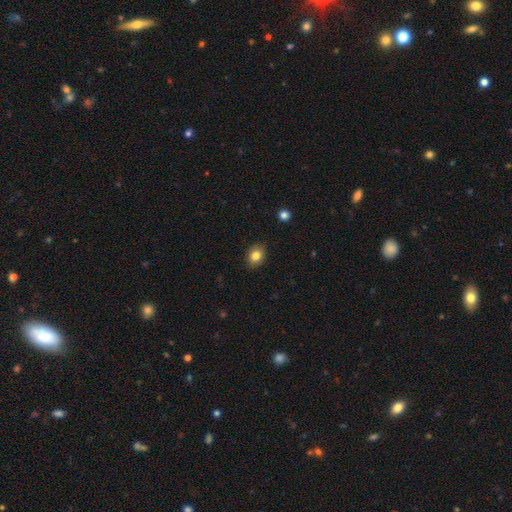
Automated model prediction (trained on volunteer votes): Overall: smooth (83%). How rounded: in between (57%; round 42%). Merging: none (88%).